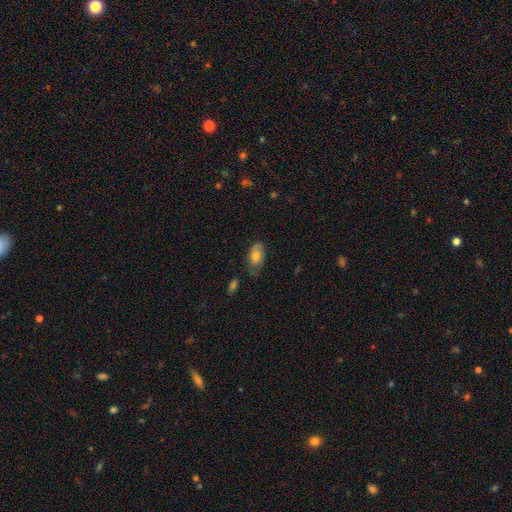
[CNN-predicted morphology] Q: Smooth or featured?
A: smooth (69%); runner-up: featured or disk (24%)
Q: How rounded?
A: in between (91%); runner-up: round (7%)
Q: Merging?
A: none (59%); runner-up: minor disturbance (30%)